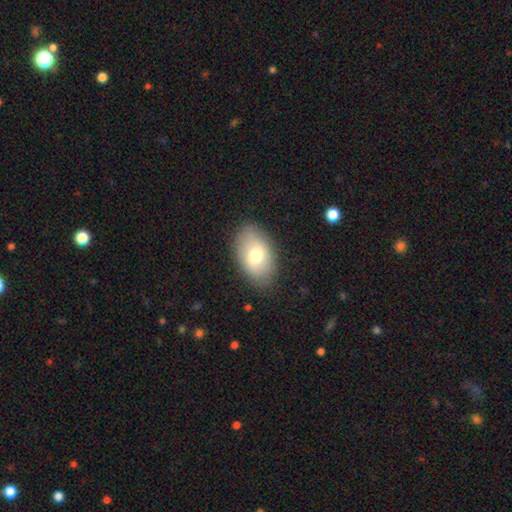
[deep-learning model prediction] Q: Smooth or featured?
A: smooth (70%); runner-up: featured or disk (22%)
Q: How rounded?
A: in between (91%); runner-up: round (8%)
Q: Merging?
A: none (84%); runner-up: minor disturbance (12%)